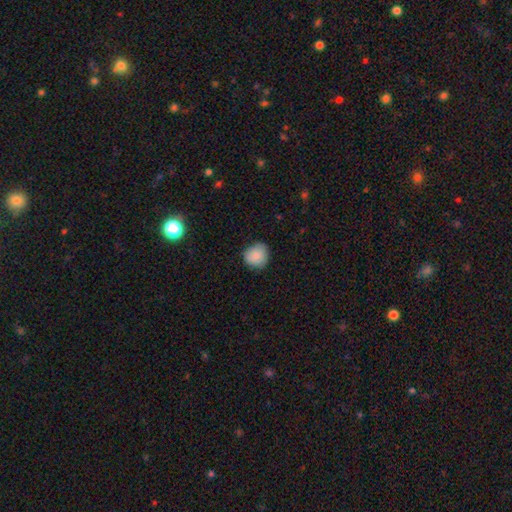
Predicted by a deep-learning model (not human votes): smooth-or-featured: smooth: 87% | star or artifact: 8% | featured or disk: 5%
  how-rounded: round: 86% | in between: 13% | cigar-shaped: 1%
  merging: none: 78% | minor disturbance: 18% | major disturbance: 3% | merger: 1%